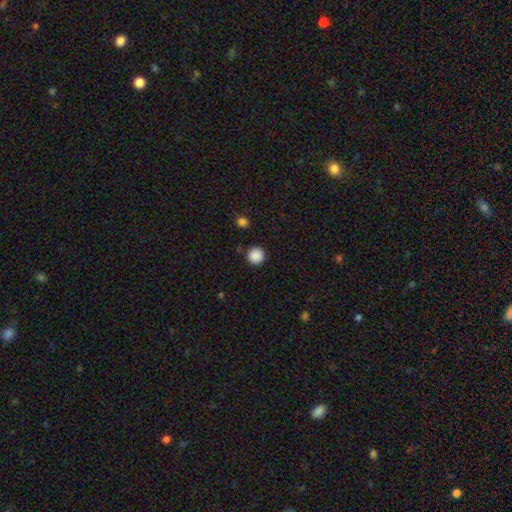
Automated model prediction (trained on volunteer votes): smooth_or_featured: smooth (p=0.88) [alt: star or artifact p=0.10]
how_rounded: round (p=0.95) [alt: in between p=0.04]
merging: none (p=0.88) [alt: minor disturbance p=0.07]